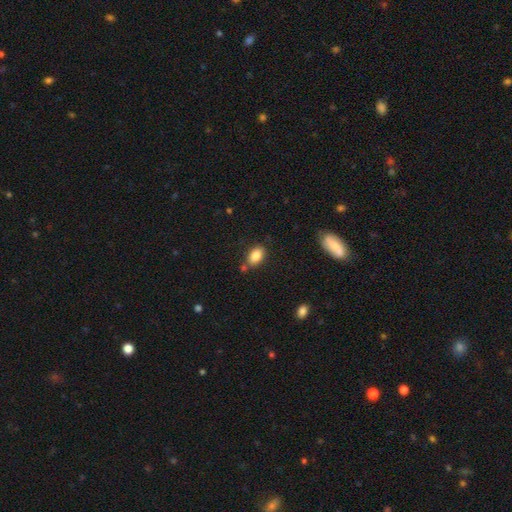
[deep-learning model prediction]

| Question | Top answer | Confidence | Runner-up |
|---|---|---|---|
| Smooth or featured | smooth | 84% | star or artifact (8%) |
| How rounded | in between | 87% | round (11%) |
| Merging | none | 74% | minor disturbance (14%) |